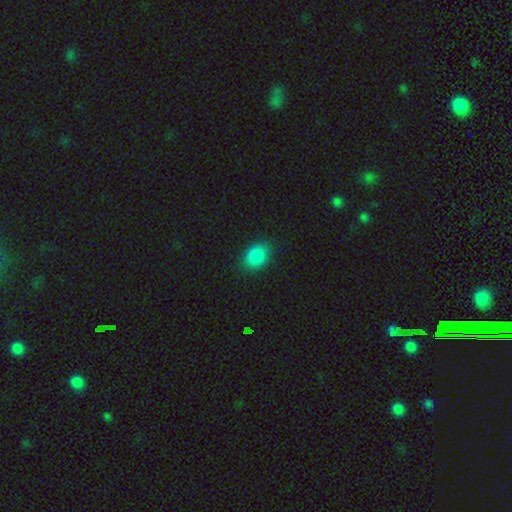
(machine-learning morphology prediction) Smooth or featured? smooth (87%)
How rounded? in between (74%)
Merging? none (84%)